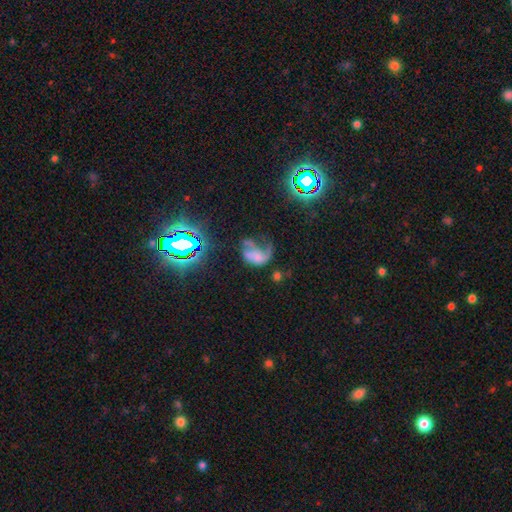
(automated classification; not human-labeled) Morphology: type=featured or disk (50%); edge-on=no (97%); merging=major disturbance (52%).